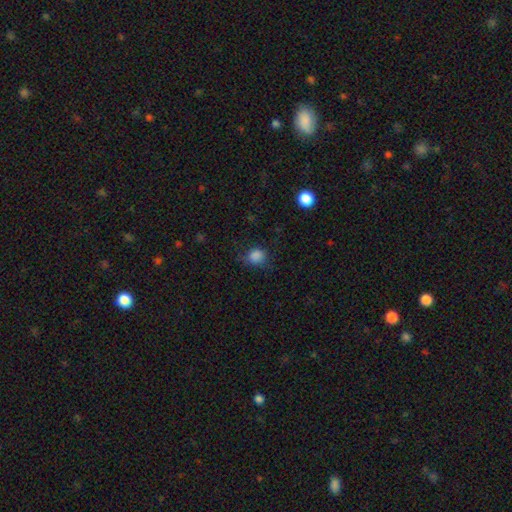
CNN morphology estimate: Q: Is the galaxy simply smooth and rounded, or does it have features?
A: smooth — 83%.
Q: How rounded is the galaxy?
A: round — 75%.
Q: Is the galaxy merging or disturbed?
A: none — 69%.